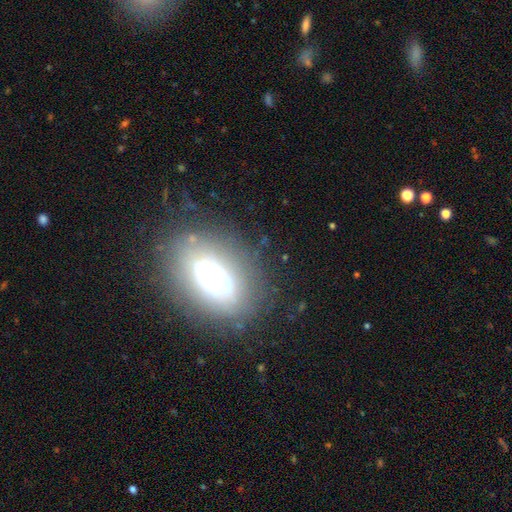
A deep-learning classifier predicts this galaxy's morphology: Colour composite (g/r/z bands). It shows a featured or disk galaxy (43%). Merging: none (72%).